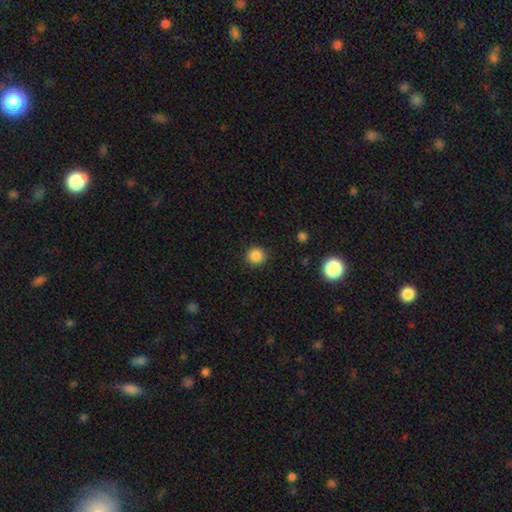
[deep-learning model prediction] Smooth or featured? smooth (86%)
How rounded? round (93%)
Merging? none (90%)